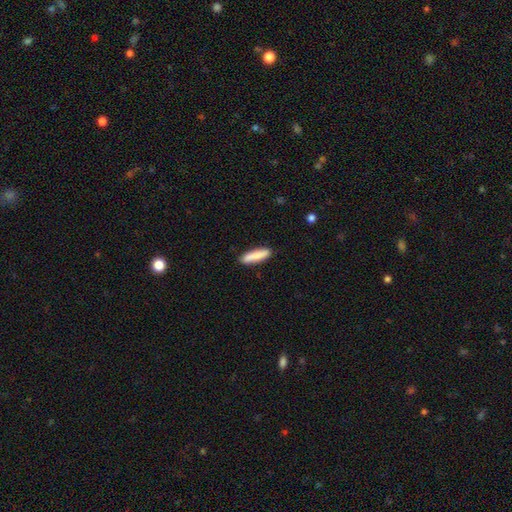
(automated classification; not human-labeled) The model was most divided on "how rounded": cigar-shaped: 77%, in between: 22%, round: 1%. More confident: merging — none (89%); smooth or featured — smooth (85%).